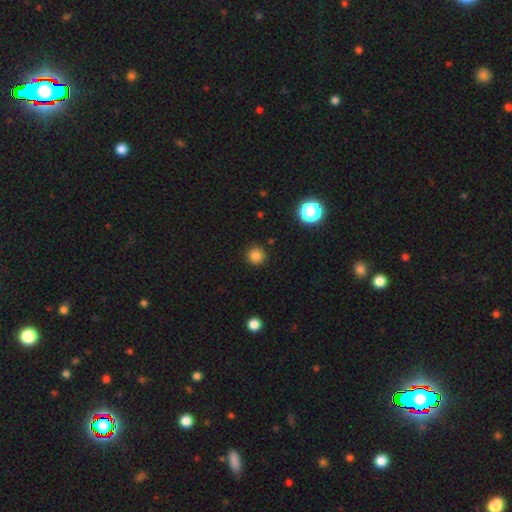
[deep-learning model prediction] smooth_or_featured: smooth (p=0.83) [alt: star or artifact p=0.13]
how_rounded: round (p=0.95) [alt: in between p=0.04]
merging: none (p=0.91) [alt: minor disturbance p=0.06]